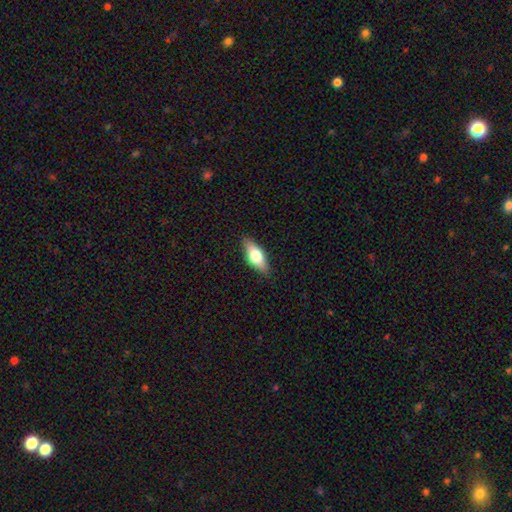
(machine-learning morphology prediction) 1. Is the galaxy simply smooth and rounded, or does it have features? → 64% smooth, 30% featured or disk, 7% star or artifact.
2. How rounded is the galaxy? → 75% in between, 22% cigar-shaped, 3% round.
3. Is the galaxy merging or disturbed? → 85% none, 11% minor disturbance, 2% major disturbance, 1% merger.